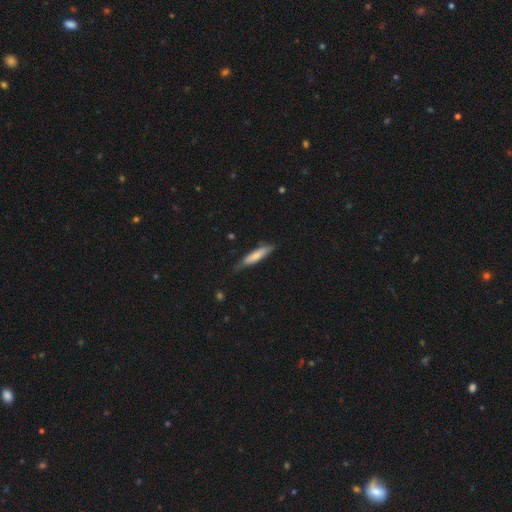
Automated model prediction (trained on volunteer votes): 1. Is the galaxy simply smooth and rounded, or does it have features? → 71% smooth, 23% featured or disk, 5% star or artifact.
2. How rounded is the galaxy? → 80% cigar-shaped, 18% in between, 1% round.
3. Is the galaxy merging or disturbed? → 68% none, 26% minor disturbance, 4% major disturbance, 1% merger.